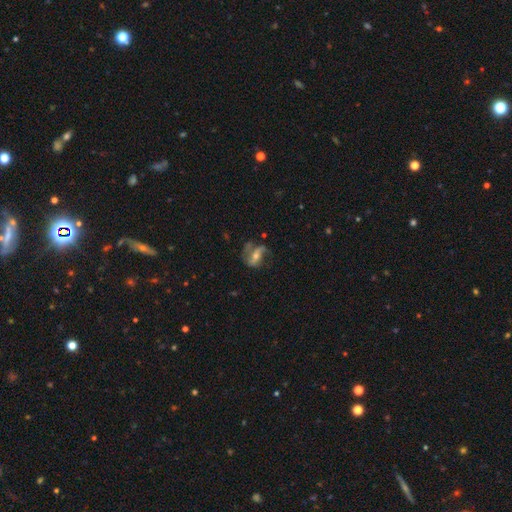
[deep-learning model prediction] This appears to be a featured or disk galaxy (71%) with a strong bar (35%), 2 (69%) loose (52%) spiral arms (82%) and a moderate central bulge (51%). Merging: none (49%).